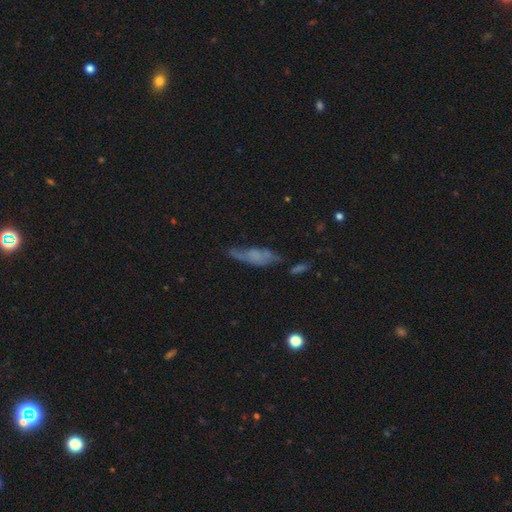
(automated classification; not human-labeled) Smooth or featured? featured or disk (43%, tied with smooth)
Merging? none (47%)